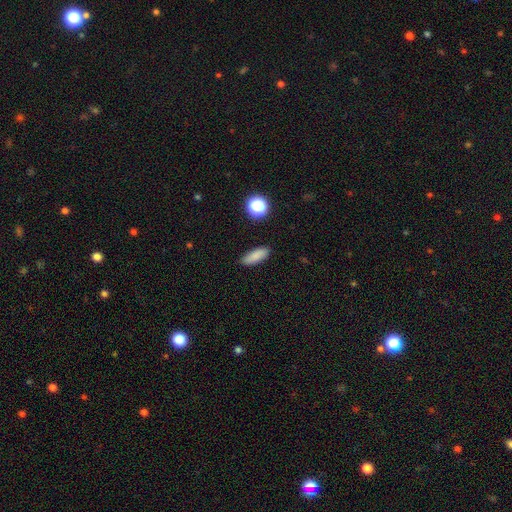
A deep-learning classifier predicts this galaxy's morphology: Smooth or featured?
  - smooth: 85% *
  - star or artifact: 9%
  - featured or disk: 6%
How rounded?
  - in between: 64% *
  - cigar-shaped: 32%
  - round: 4%
Merging?
  - none: 87% *
  - minor disturbance: 9%
  - major disturbance: 2%
  - merger: 1%